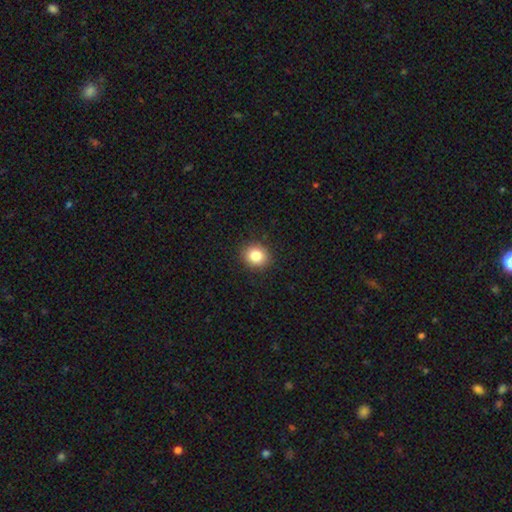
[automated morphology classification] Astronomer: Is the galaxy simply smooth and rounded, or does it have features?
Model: smooth — 84%.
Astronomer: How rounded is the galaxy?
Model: round — 77%.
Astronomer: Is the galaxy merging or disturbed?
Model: none — 90%.